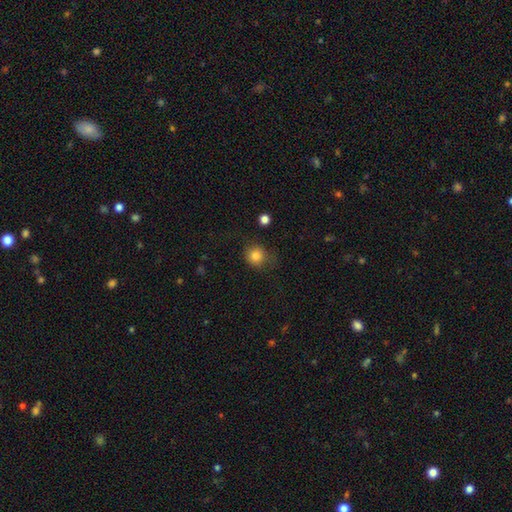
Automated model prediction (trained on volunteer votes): This appears to be a smooth galaxy with no disk features (83%) that is round (87%). Merging: none (72%).